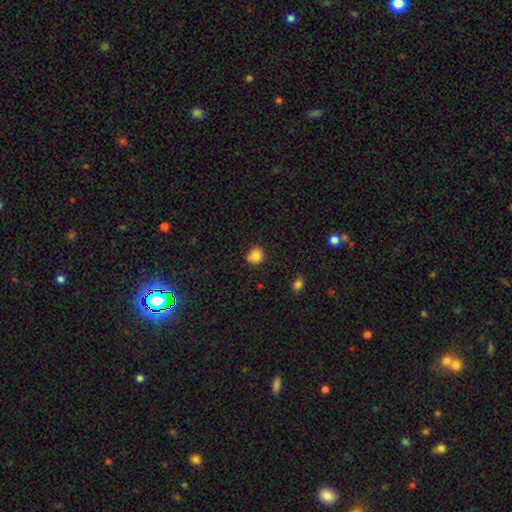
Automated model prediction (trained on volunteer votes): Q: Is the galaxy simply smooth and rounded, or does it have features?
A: smooth — 82%.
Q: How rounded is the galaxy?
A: round — 79%.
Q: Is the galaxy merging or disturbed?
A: none — 70%.